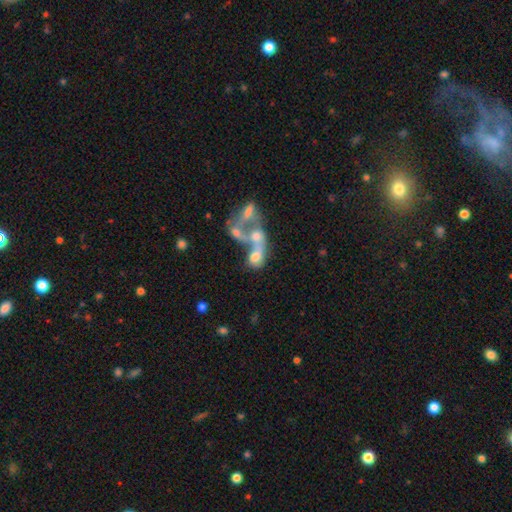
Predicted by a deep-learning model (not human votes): The model was most divided on "smooth or featured": featured or disk: 44%, smooth: 40%, star or artifact: 15%. More confident: merging — merger (70%).